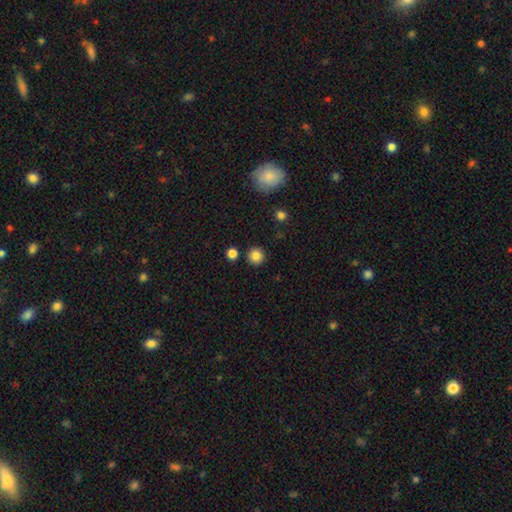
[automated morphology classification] smooth_or_featured: smooth (p=0.84) [alt: star or artifact p=0.11]
how_rounded: round (p=0.95) [alt: in between p=0.04]
merging: none (p=0.90) [alt: minor disturbance p=0.05]